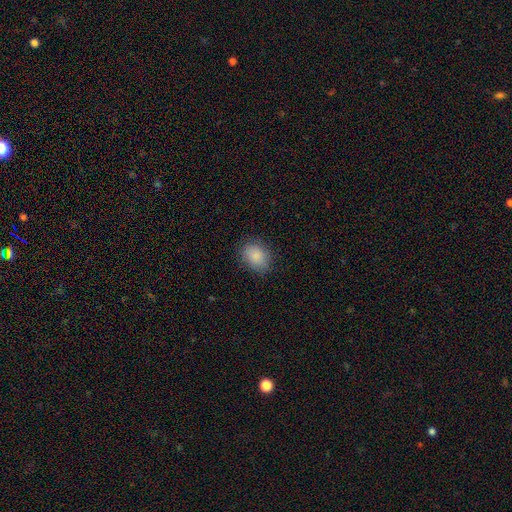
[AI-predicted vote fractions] Morphology: type=smooth (88%); roundness=in between (59%); merging=none (84%).